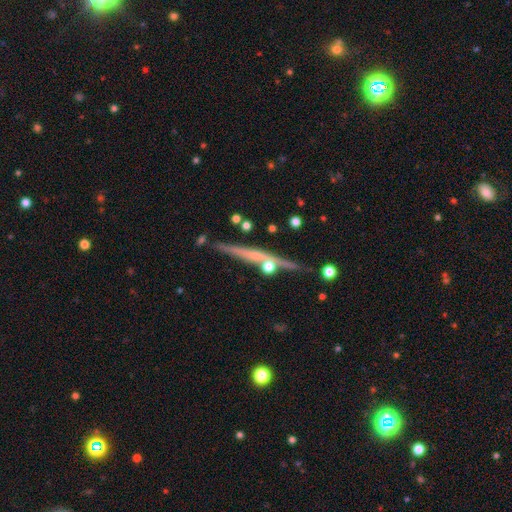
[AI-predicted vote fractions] smooth-or-featured: featured or disk: 70% | smooth: 22% | star or artifact: 8%
  disk-edge-on: yes: 97% | no: 3%
    edge-on-bulge: rounded: 57% | none: 36% | boxy: 6%
  merging: none: 80% | minor disturbance: 10% | merger: 7% | major disturbance: 3%